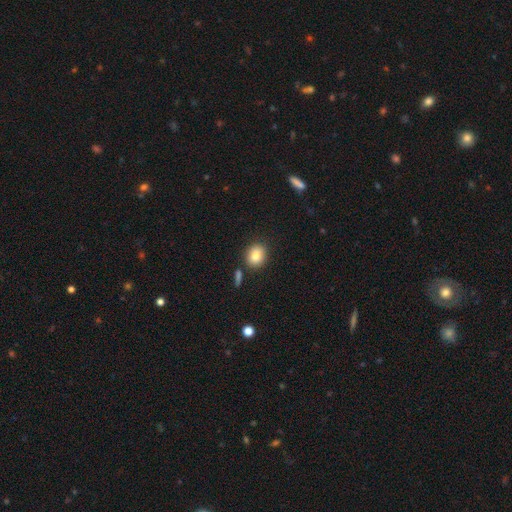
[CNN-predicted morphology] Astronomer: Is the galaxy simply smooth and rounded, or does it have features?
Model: smooth — 83%.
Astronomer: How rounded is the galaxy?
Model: round — 61% (runner-up: in between, 37%).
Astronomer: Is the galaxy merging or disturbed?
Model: none — 82%.